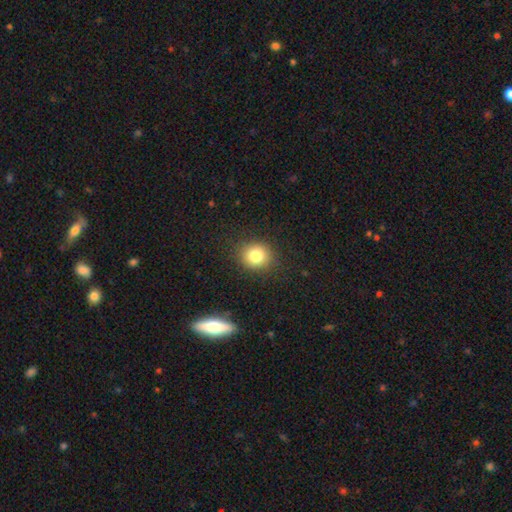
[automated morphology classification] type=smooth (81%); roundness=round (79%); merging=none (87%).